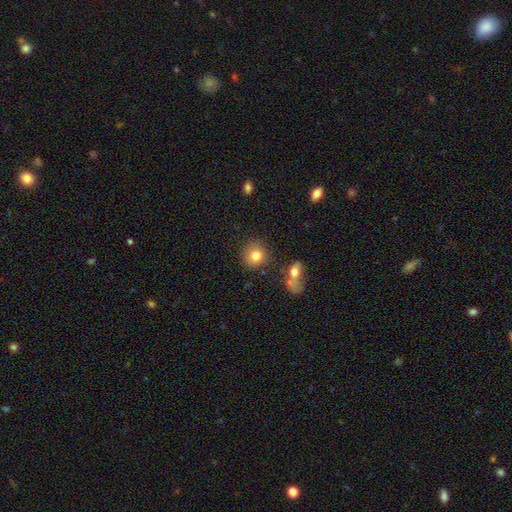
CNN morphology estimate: smooth-or-featured: smooth: 81% | star or artifact: 10% | featured or disk: 9%
  how-rounded: round: 88% | in between: 11% | cigar-shaped: 1%
  merging: none: 77% | minor disturbance: 11% | merger: 7% | major disturbance: 5%